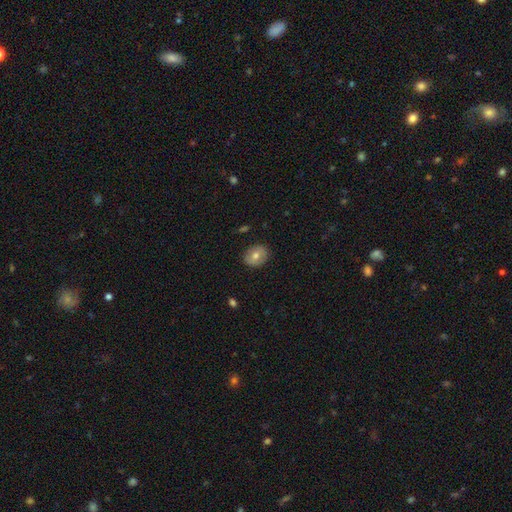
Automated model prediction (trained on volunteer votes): Overall: smooth (62%; featured or disk 30%). How rounded: round (57%; in between 42%). Merging: none (85%).